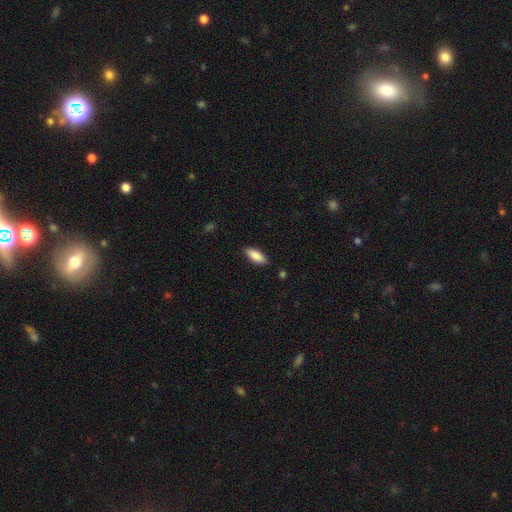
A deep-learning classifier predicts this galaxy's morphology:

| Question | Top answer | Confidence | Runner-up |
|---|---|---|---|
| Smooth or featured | smooth | 87% | featured or disk (7%) |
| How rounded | in between | 76% | cigar-shaped (22%) |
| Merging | none | 86% | minor disturbance (11%) |